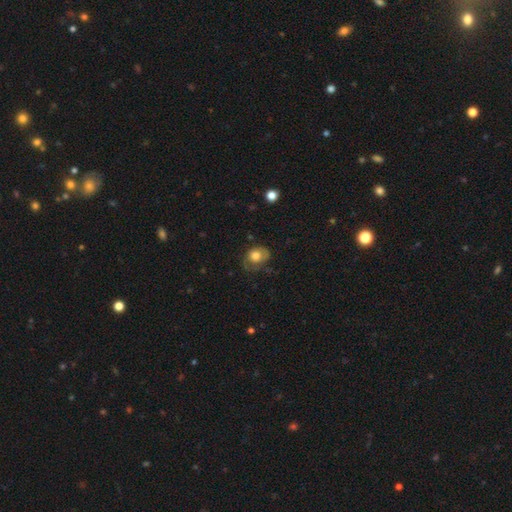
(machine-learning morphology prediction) smooth 60%, featured or disk 32%, star or artifact 8%. Down the decision tree: how rounded — round (53%); merging — none (47%).